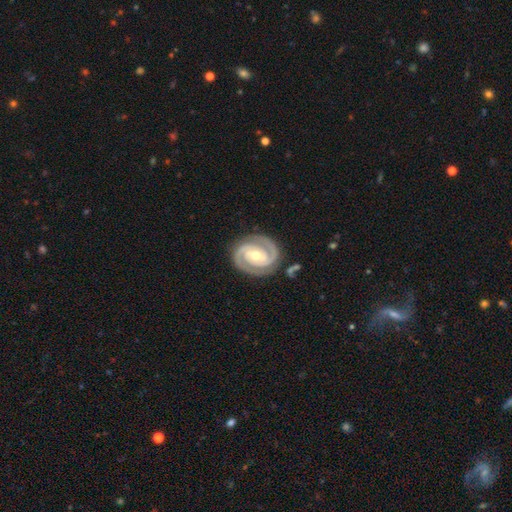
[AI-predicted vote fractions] Morphology: type=featured or disk (93%); edge-on=no (98%); bar=weak (36%); spiral arms=yes (98%); winding=tight (72%); arm count=2 (93%); bulge=moderate (65%); merging=none (85%).